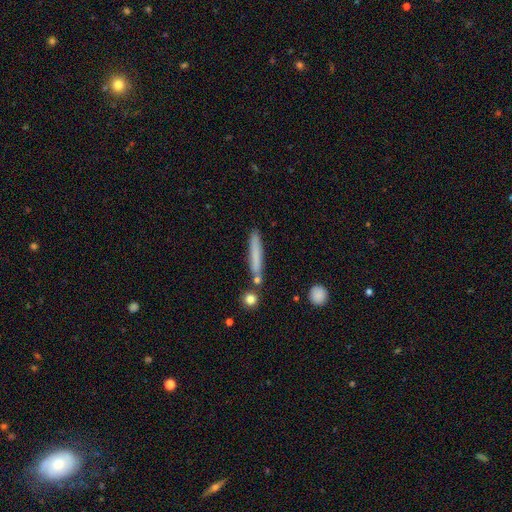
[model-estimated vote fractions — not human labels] A smooth galaxy with no disk features (71%) that is cigar-shaped (94%).

Vote fractions:
- Smooth or featured? smooth: 71% / featured or disk: 22% / star or artifact: 7%
- How rounded? cigar-shaped: 94% / in between: 4% / round: 2%
- Merging? none: 78% / minor disturbance: 12% / merger: 7% / major disturbance: 3%